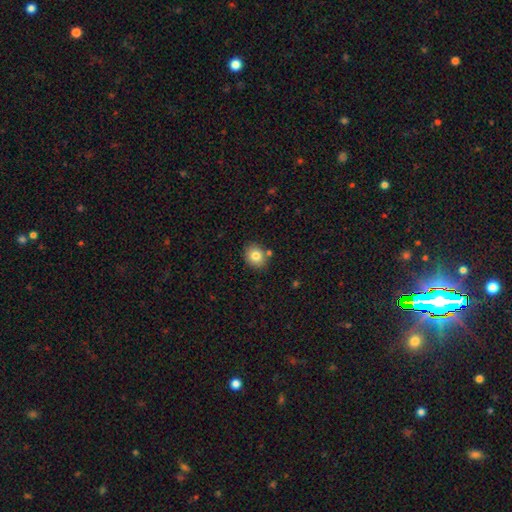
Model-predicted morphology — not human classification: type=smooth (81%); roundness=round (64%); merging=none (80%).